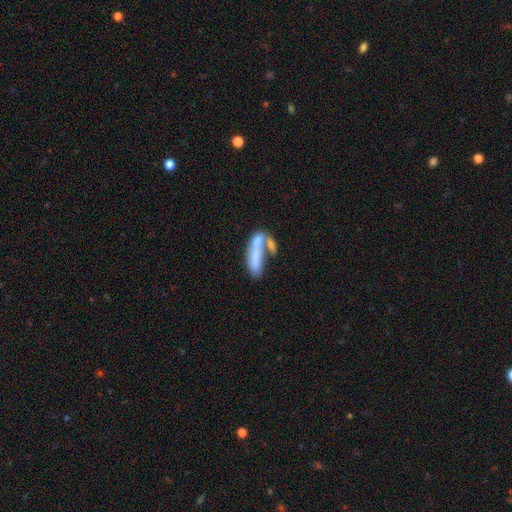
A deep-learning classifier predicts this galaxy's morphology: Smooth or featured? smooth (68%)
How rounded? cigar-shaped (56%)
Merging? merger (53%)